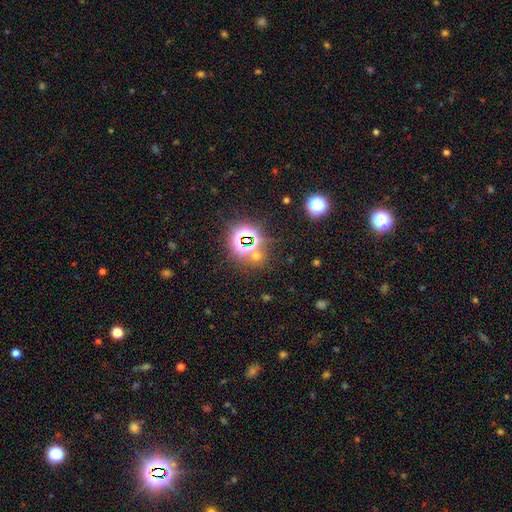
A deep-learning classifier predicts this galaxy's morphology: This is likely a star or artifact rather than a galaxy (65%).